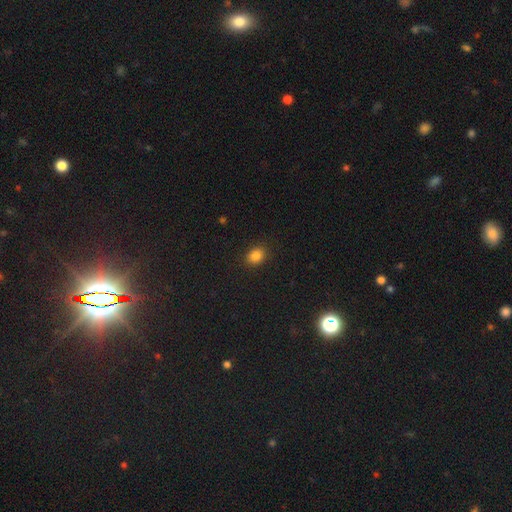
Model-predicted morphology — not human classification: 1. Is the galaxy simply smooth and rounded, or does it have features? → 83% smooth, 12% star or artifact, 5% featured or disk.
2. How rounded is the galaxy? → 51% in between, 48% round, 1% cigar-shaped.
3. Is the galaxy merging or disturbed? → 89% none, 8% minor disturbance, 2% major disturbance, 1% merger.